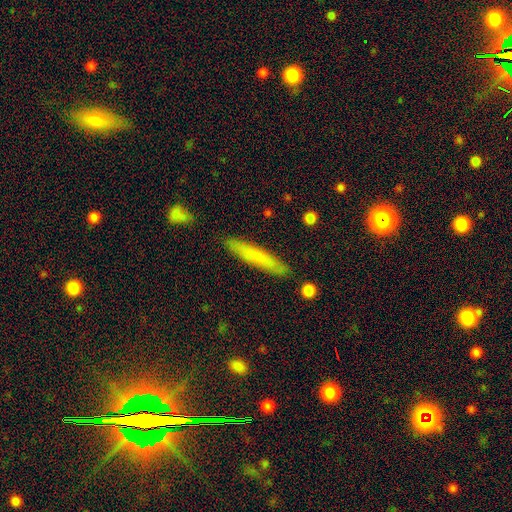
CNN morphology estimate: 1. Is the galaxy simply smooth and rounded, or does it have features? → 73% smooth, 21% featured or disk, 7% star or artifact.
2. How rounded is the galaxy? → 93% cigar-shaped, 6% in between, 1% round.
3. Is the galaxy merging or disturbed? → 88% none, 9% minor disturbance, 2% merger, 2% major disturbance.